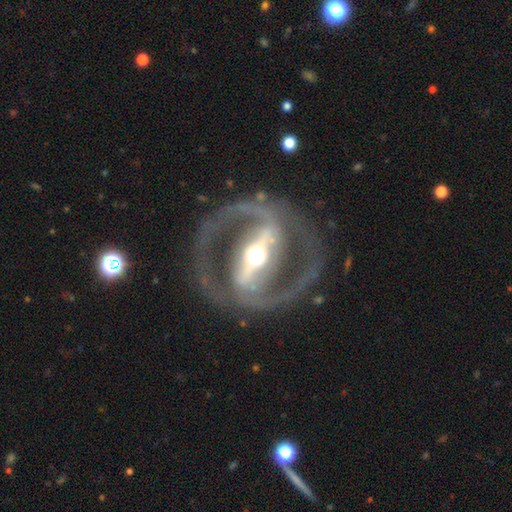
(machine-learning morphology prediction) featured or disk 90%, smooth 5%, star or artifact 4%. Down the decision tree: edge-on disk — no (93%); bar — strong (83%); spiral arms — yes (77%); spiral arm count — 2 (90%); spiral winding — medium (53%); bulge size — moderate (67%); merging — none (78%).